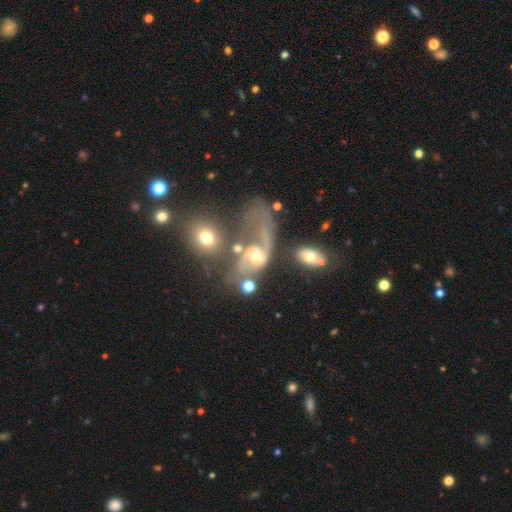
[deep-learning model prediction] Q: Smooth or featured?
A: featured or disk (75%); runner-up: smooth (16%)
Q: Edge-on disk?
A: no (97%); runner-up: yes (3%)
Q: Bar?
A: no (62%); runner-up: weak (30%)
Q: Spiral arms?
A: yes (83%); runner-up: no (17%)
Q: Spiral winding?
A: loose (53%); runner-up: medium (35%)
Q: Spiral arm count?
A: 2 (63%); runner-up: 1 (25%)
Q: Bulge size?
A: moderate (62%); runner-up: small (25%)
Q: Merging?
A: major disturbance (39%); runner-up: merger (28%)